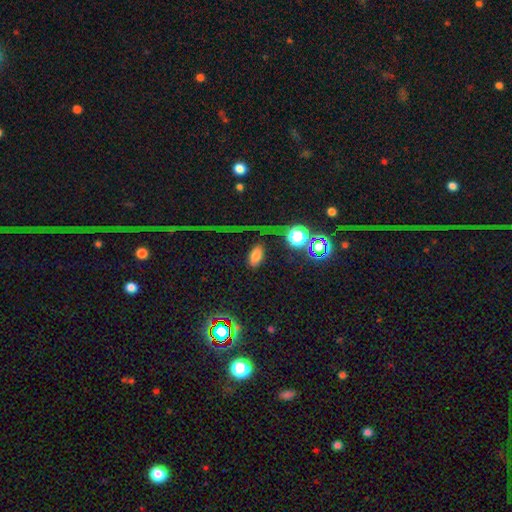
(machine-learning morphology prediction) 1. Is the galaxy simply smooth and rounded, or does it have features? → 72% smooth, 18% star or artifact, 10% featured or disk.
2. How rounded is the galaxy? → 89% in between, 9% round, 3% cigar-shaped.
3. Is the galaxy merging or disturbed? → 77% none, 12% minor disturbance, 7% major disturbance, 4% merger.